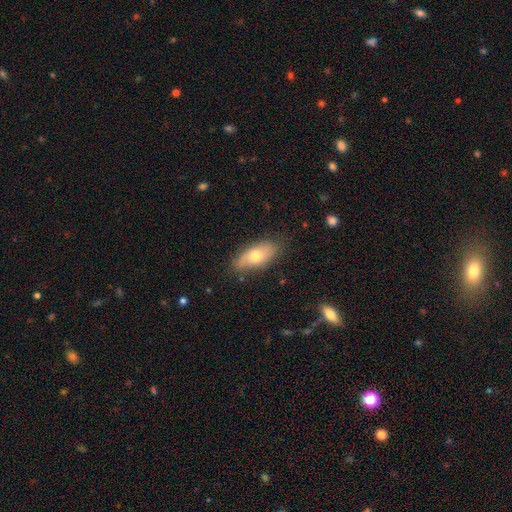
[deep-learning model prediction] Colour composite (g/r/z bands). It shows a smooth galaxy with no disk features (65%) that is in between round and cigar-shaped (85%). Merging: none (79%).